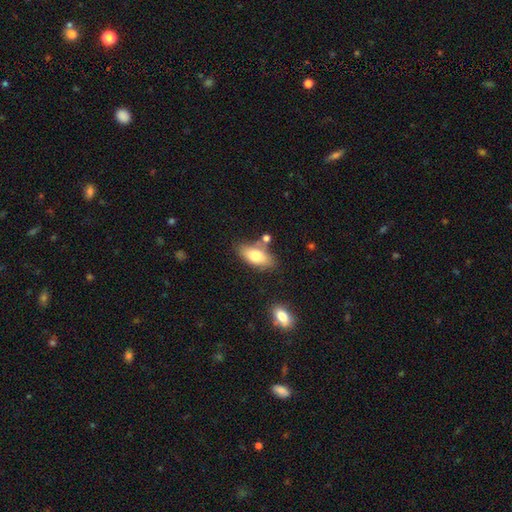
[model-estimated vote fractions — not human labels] Smooth or featured? Predicted: smooth (p=0.73). How rounded? Predicted: in between (p=0.86). Merging? Predicted: none (p=0.65).